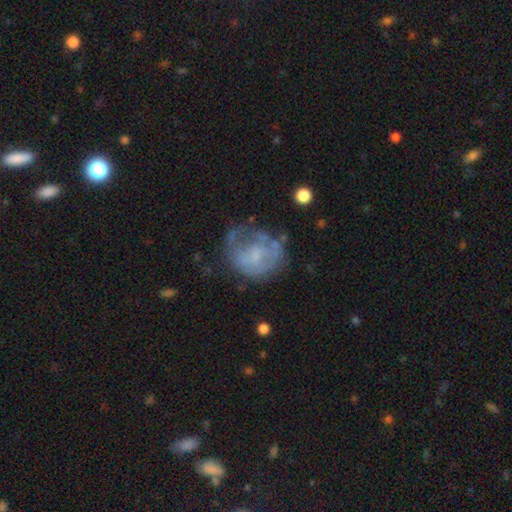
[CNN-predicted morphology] A featured or disk galaxy (55%) with no bar (73%), no spiral arms (63%) and a small central bulge (38%). Merging: none (45%).